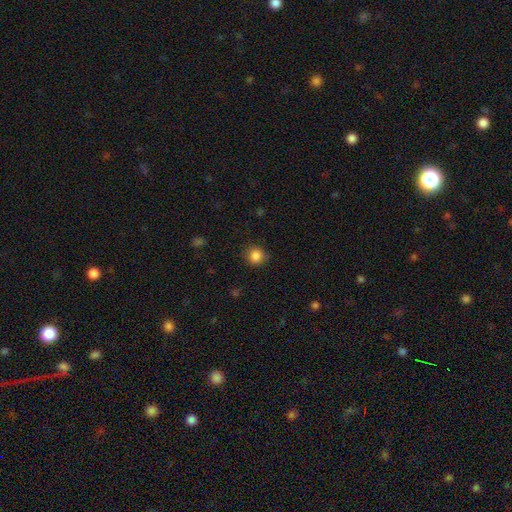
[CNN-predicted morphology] Q: Smooth or featured?
A: smooth (86%); runner-up: star or artifact (11%)
Q: How rounded?
A: round (90%); runner-up: in between (9%)
Q: Merging?
A: none (85%); runner-up: minor disturbance (11%)